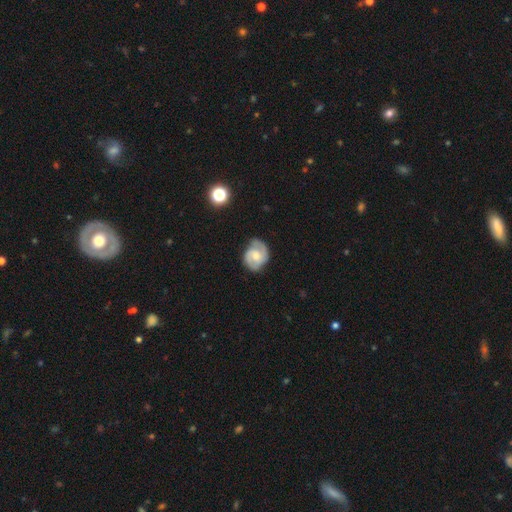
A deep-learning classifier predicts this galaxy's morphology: featured or disk 71%, smooth 23%, star or artifact 6%. Down the decision tree: edge-on disk — no (98%); bar — no (53%); spiral arms — yes (92%); spiral arm count — 2 (78%); spiral winding — medium (44%); bulge size — moderate (54%); merging — none (67%).